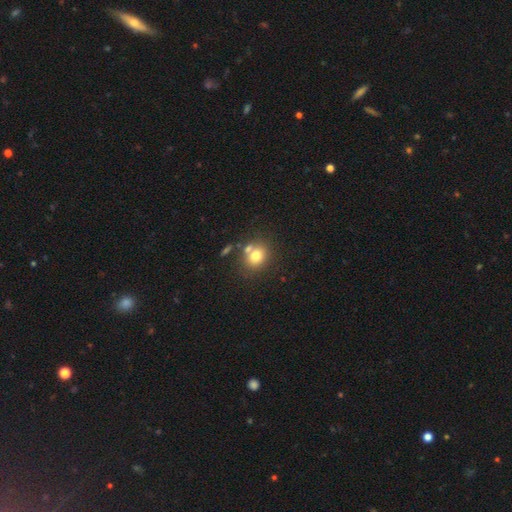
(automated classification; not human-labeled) This is likely a smooth galaxy (75%). How rounded: likely round (71%). Merging: likely none (63%).